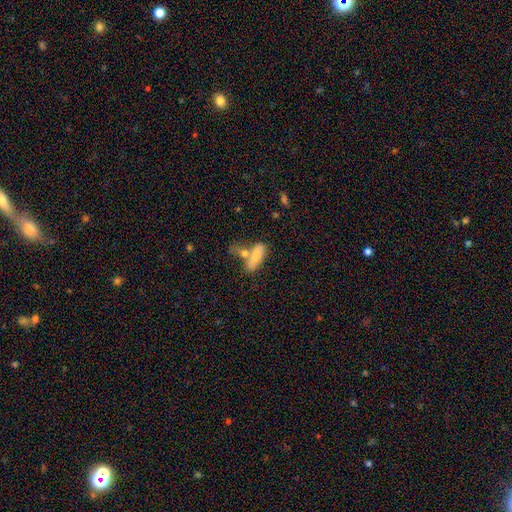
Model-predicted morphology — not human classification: Smooth or featured? Predicted: smooth (p=0.79). How rounded? Predicted: in between (p=0.70). Merging? Predicted: merger (p=0.40).